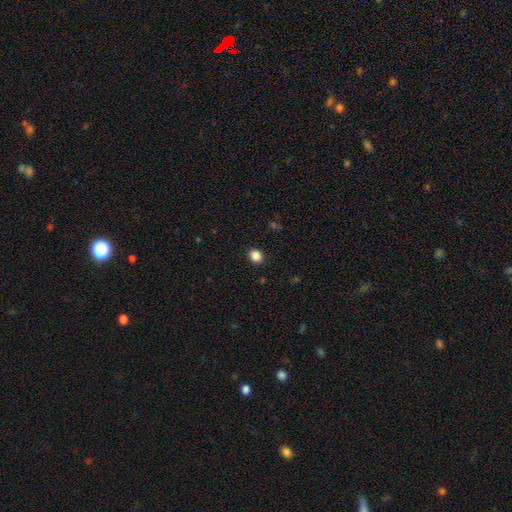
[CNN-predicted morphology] This appears to be a smooth galaxy with no disk features (87%) that is in between round and cigar-shaped (50%). Merging: none (91%).